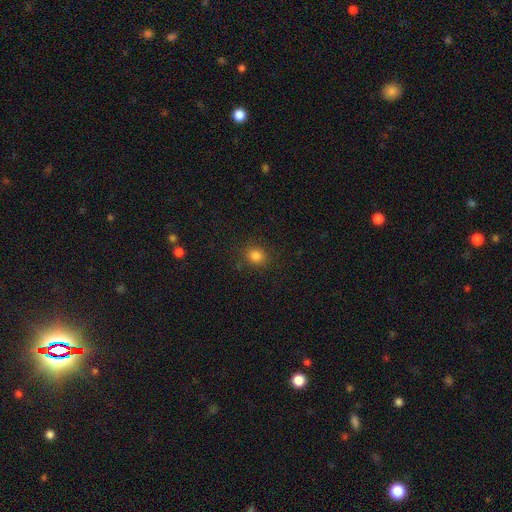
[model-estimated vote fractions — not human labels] Morphology: type=smooth (82%); roundness=round (73%); merging=none (87%).